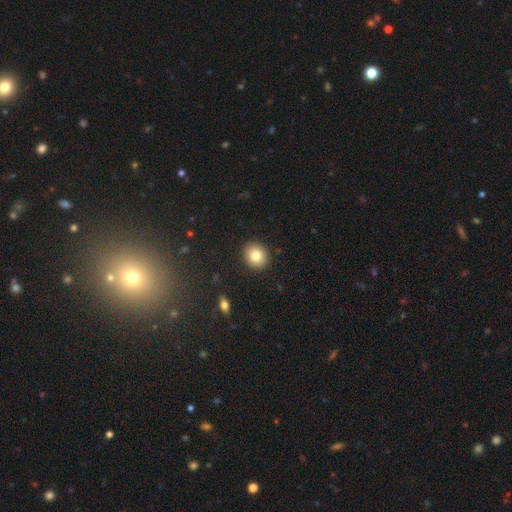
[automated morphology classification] Smooth or featured?
  - smooth: 81% *
  - featured or disk: 10%
  - star or artifact: 10%
How rounded?
  - round: 78% *
  - in between: 21%
  - cigar-shaped: 1%
Merging?
  - none: 91% *
  - minor disturbance: 6%
  - major disturbance: 2%
  - merger: 1%